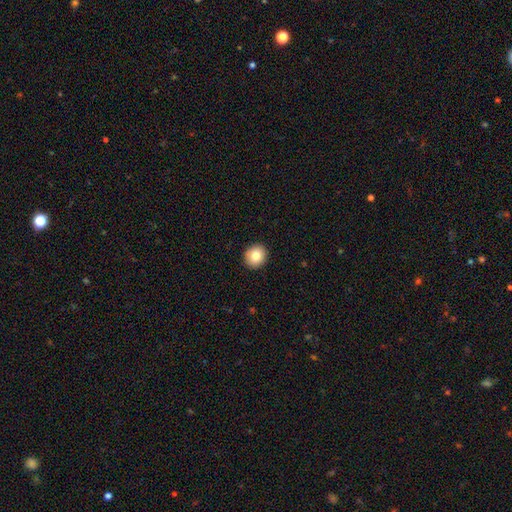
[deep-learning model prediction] A smooth galaxy with no disk features (81%) that is round (86%). Merging: none (92%).